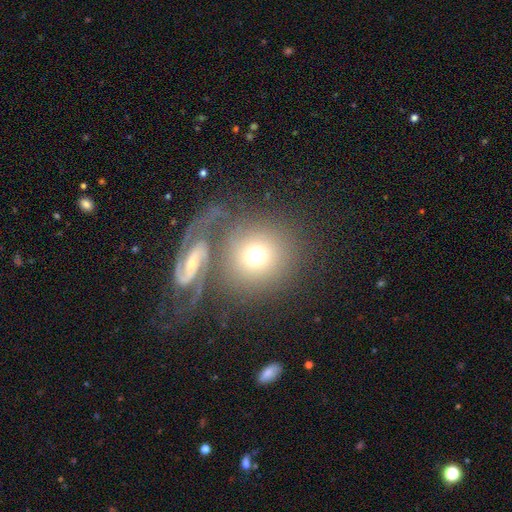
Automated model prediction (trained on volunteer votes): A smooth galaxy with no disk features (60%) that is round (84%). Merging: none (51%).